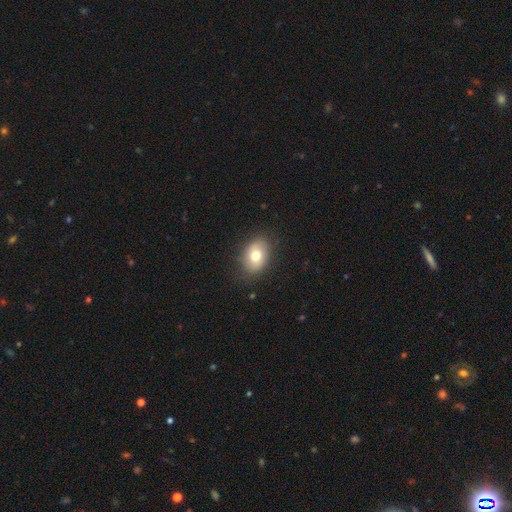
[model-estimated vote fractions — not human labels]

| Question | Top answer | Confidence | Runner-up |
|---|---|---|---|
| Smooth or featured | smooth | 74% | featured or disk (17%) |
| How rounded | in between | 78% | round (21%) |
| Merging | none | 82% | minor disturbance (13%) |